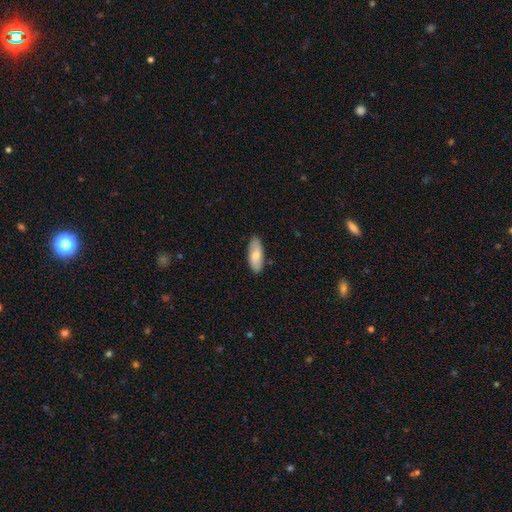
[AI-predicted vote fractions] This is likely a smooth galaxy (76%). How rounded: clearly in between (82%). Merging: clearly none (84%).